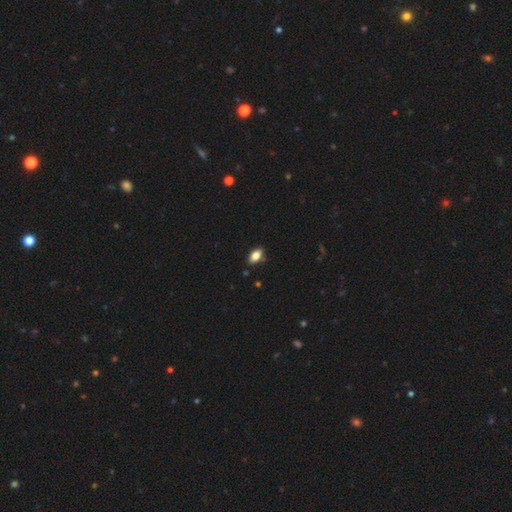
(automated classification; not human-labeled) Morphology: type=smooth (82%); roundness=in between (90%); merging=none (86%).